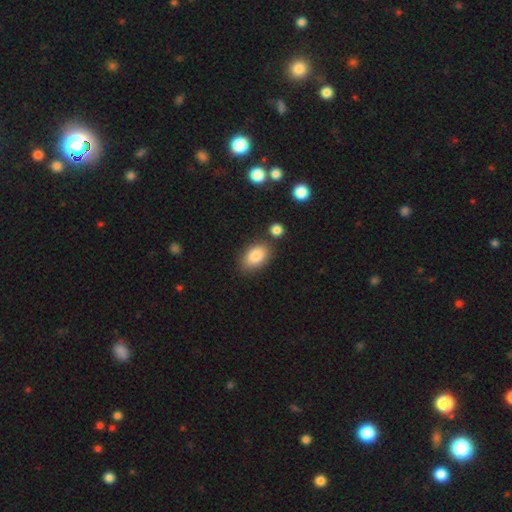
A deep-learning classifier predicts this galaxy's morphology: Overall: smooth (85%). How rounded: in between (90%). Merging: none (74%).